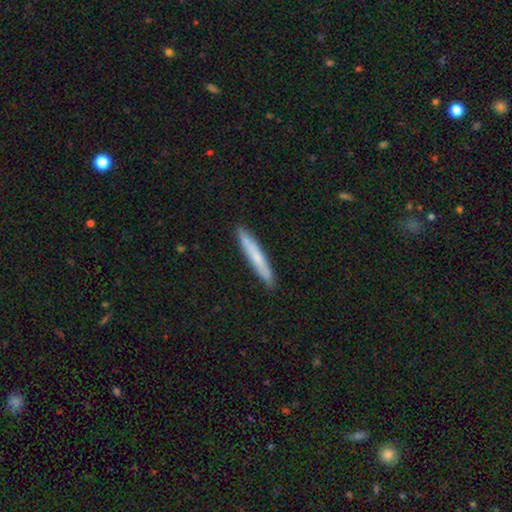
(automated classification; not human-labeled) smooth-or-featured: smooth: 66% | featured or disk: 28% | star or artifact: 6%
  how-rounded: cigar-shaped: 95% | in between: 4% | round: 1%
  merging: none: 90% | minor disturbance: 8% | major disturbance: 1% | merger: 1%